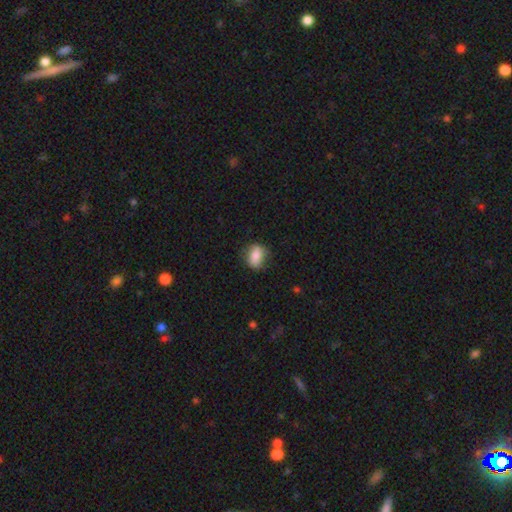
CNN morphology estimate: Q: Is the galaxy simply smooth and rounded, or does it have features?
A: smooth — 82%.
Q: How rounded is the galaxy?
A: in between — 69%.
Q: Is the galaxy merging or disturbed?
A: none — 71%.